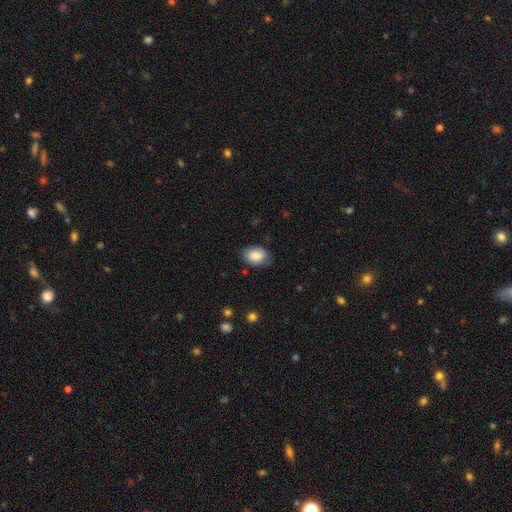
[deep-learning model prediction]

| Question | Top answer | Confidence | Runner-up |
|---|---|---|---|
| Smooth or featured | smooth | 85% | featured or disk (8%) |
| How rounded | in between | 83% | round (15%) |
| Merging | none | 78% | minor disturbance (18%) |